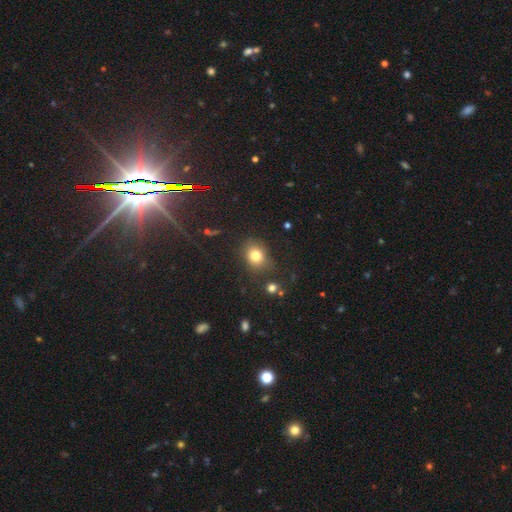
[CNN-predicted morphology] Smooth or featured? Predicted: smooth (p=0.79). How rounded? Predicted: round (p=0.61). Merging? Predicted: none (p=0.76).